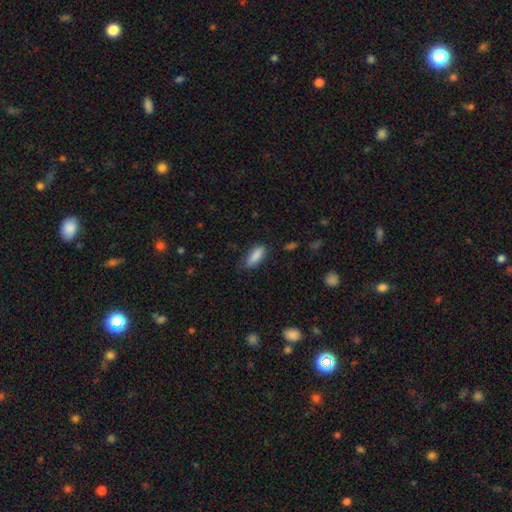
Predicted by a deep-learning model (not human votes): Smooth or featured? smooth (87%)
How rounded? in between (77%)
Merging? none (72%)